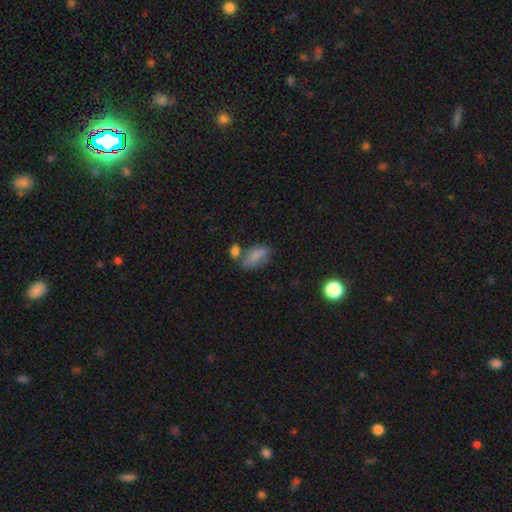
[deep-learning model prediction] A smooth galaxy with no disk features (75%) that is in between round and cigar-shaped (89%). Merging: none (46%).